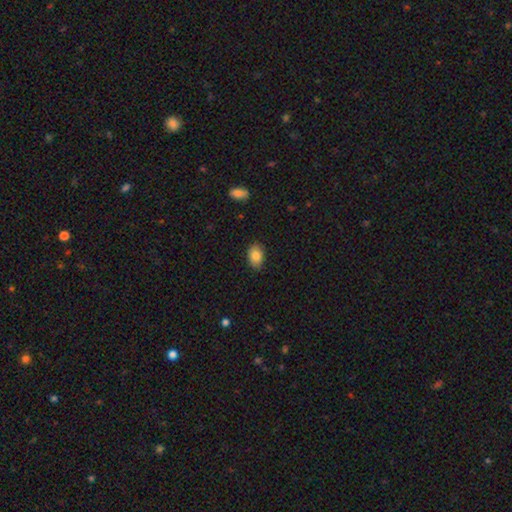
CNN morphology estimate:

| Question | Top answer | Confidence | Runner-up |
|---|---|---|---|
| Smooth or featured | smooth | 85% | star or artifact (8%) |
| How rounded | in between | 79% | round (20%) |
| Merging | none | 87% | minor disturbance (10%) |